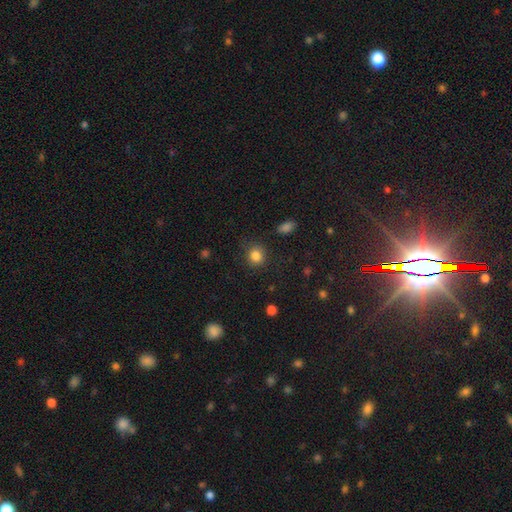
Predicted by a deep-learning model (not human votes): smooth 84%, star or artifact 11%, featured or disk 5%. Down the decision tree: how rounded — round (85%); merging — none (84%).